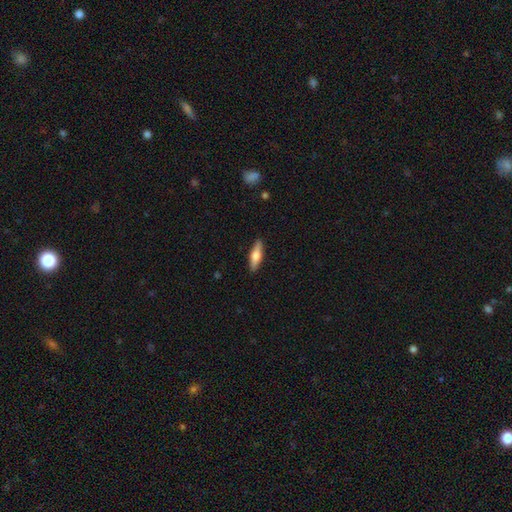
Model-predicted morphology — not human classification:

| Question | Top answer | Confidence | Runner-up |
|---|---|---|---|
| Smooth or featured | smooth | 56% | featured or disk (38%) |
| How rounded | cigar-shaped | 60% | in between (38%) |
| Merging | none | 89% | minor disturbance (8%) |